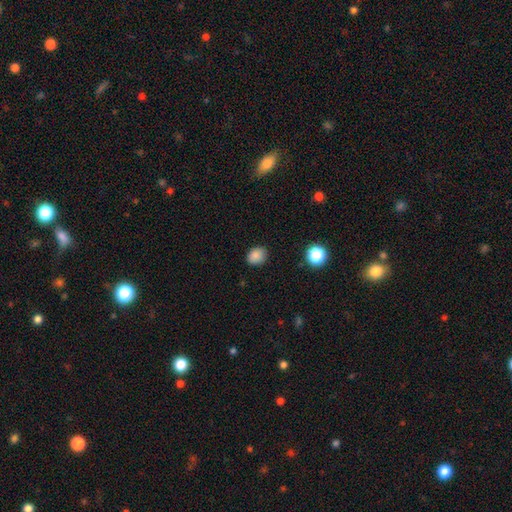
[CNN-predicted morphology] A smooth galaxy with no disk features (85%) that is round (54%). Merging: none (85%).